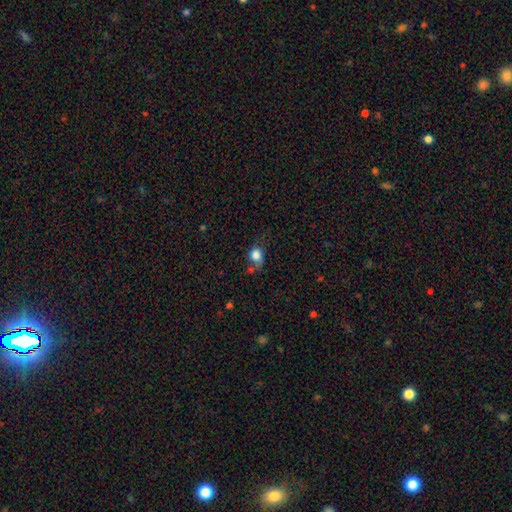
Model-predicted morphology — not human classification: This is clearly a smooth galaxy (82%). How rounded: possibly round (58%). Merging: possibly none (48%).